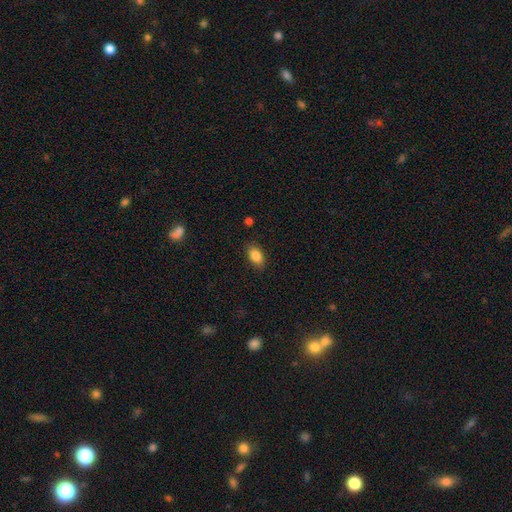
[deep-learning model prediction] Overall: smooth (87%). How rounded: in between (90%). Merging: none (86%).